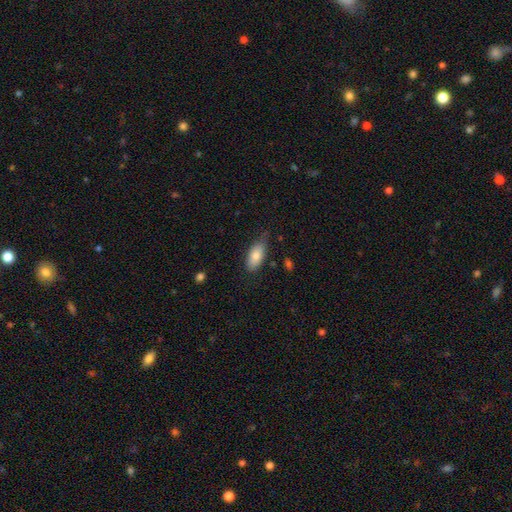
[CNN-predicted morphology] smooth 80%, featured or disk 13%, star or artifact 7%. Down the decision tree: how rounded — in between (89%); merging — none (72%).